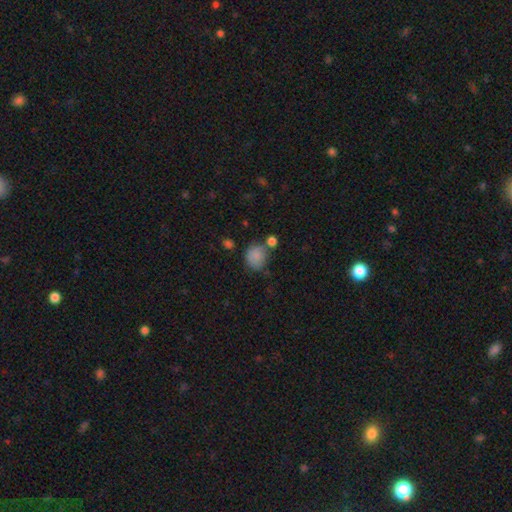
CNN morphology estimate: Smooth or featured? smooth (83%)
How rounded? round (72%)
Merging? none (57%)